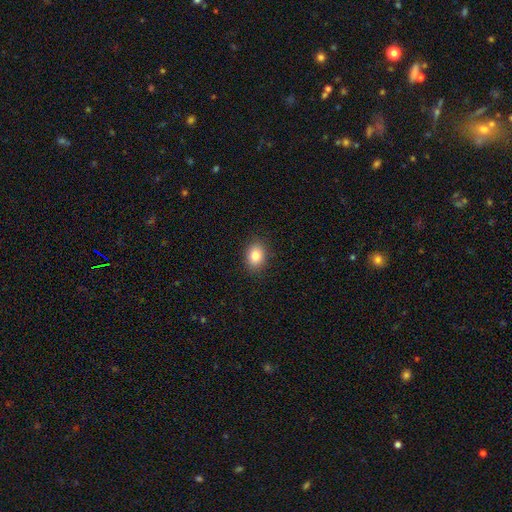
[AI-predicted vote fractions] Q: Smooth or featured?
A: smooth (83%); runner-up: star or artifact (10%)
Q: How rounded?
A: in between (61%); runner-up: round (38%)
Q: Merging?
A: none (89%); runner-up: minor disturbance (8%)